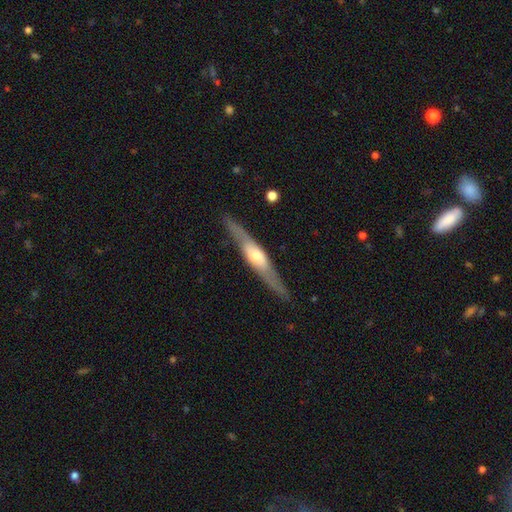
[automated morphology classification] This is likely a featured or disk galaxy (70%). It is clearly viewed edge-on (88%). Edge-on bulge: clearly rounded (80%). Merging: clearly none (84%).